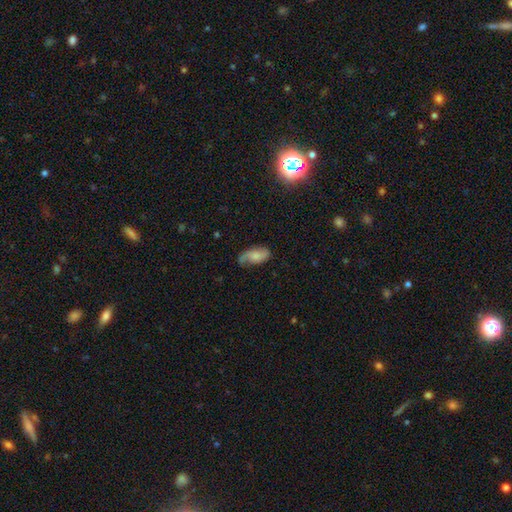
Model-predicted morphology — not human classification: Smooth or featured? smooth (51%)
How rounded? in between (91%)
Merging? none (61%)